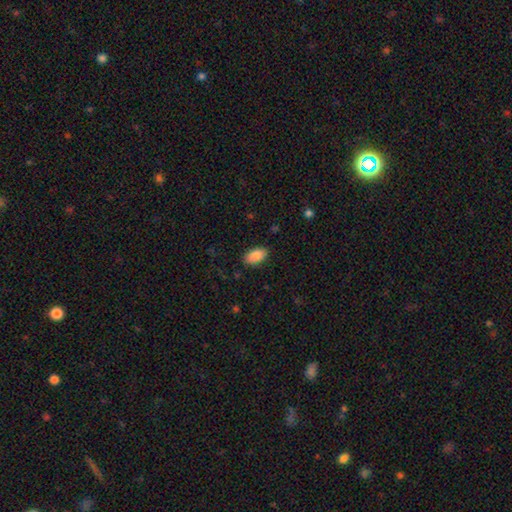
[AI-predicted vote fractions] Smooth or featured: smooth — 89% (star or artifact — 7%)
How rounded: in between — 94% (round — 3%)
Merging: none — 87% (minor disturbance — 10%)